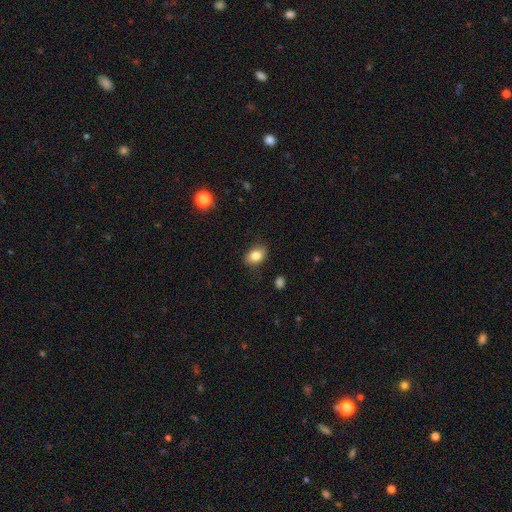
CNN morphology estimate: smooth-or-featured: smooth: 83% | star or artifact: 9% | featured or disk: 8%
  how-rounded: in between: 76% | round: 23% | cigar-shaped: 1%
  merging: none: 83% | minor disturbance: 12% | major disturbance: 3% | merger: 1%